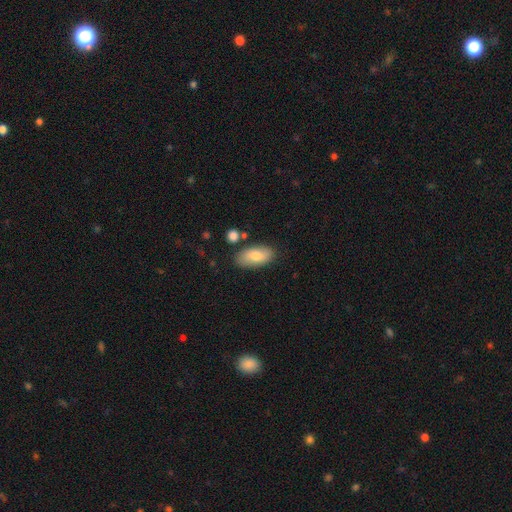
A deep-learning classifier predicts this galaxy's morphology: A smooth galaxy with no disk features (75%) that is in between round and cigar-shaped (92%). Merging: none (81%).